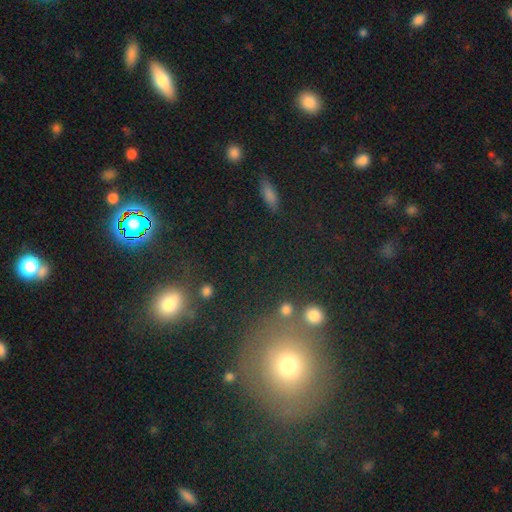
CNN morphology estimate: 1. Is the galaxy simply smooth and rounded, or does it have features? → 44% smooth, 41% star or artifact, 16% featured or disk.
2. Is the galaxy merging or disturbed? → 79% none, 9% minor disturbance, 7% merger, 5% major disturbance.